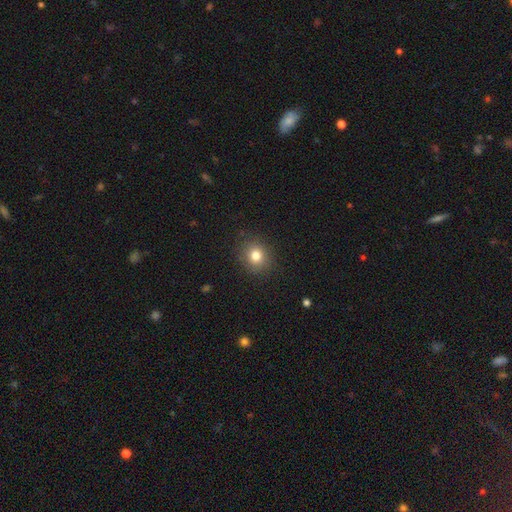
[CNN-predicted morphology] Overall: smooth (79%). How rounded: round (79%). Merging: none (89%).